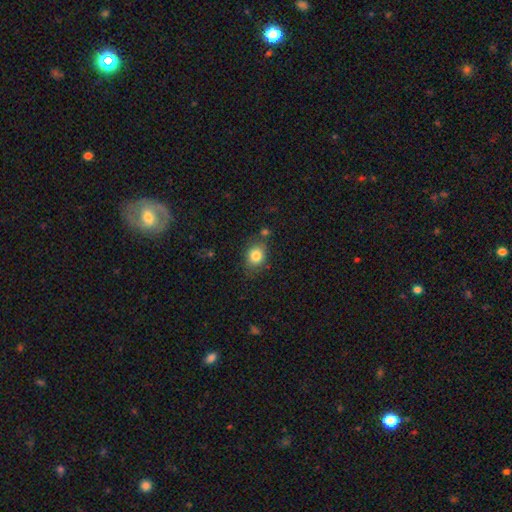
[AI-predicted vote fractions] Smooth or featured: smooth — 83% (star or artifact — 10%)
How rounded: round — 54% (in between — 45%)
Merging: none — 75% (minor disturbance — 15%)